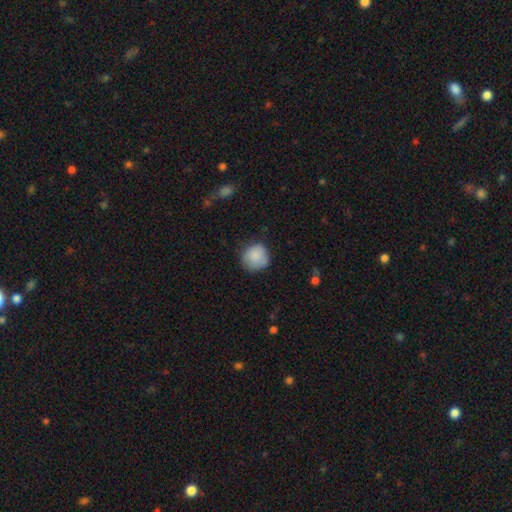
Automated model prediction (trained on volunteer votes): A smooth galaxy with no disk features (86%) that is round (91%). Merging: none (74%).